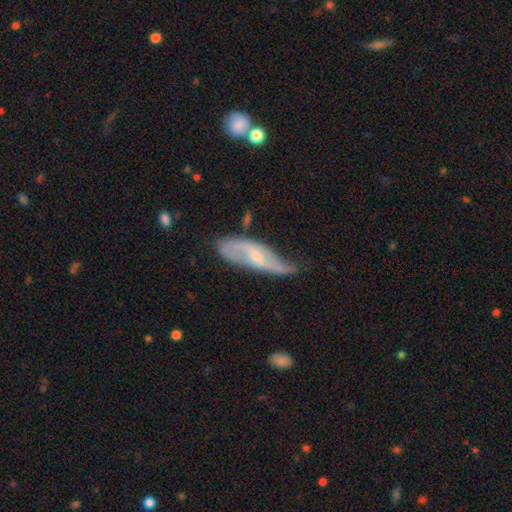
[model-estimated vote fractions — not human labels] featured or disk 73%, smooth 21%, star or artifact 6%. Down the decision tree: edge-on disk — no (84%); bar — no (48%); spiral arms — yes (86%); spiral arm count — 2 (80%); spiral winding — loose (55%); bulge size — small (67%); merging — none (48%).